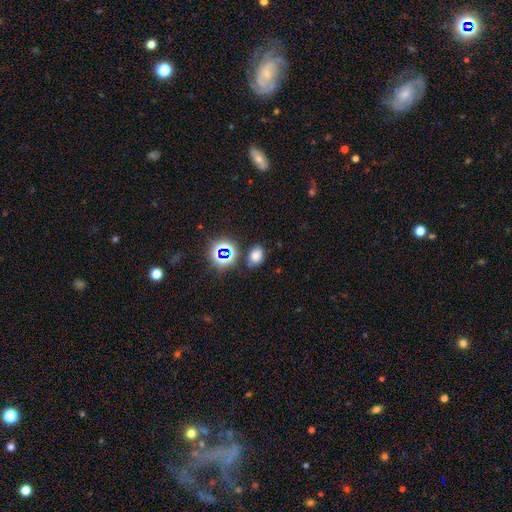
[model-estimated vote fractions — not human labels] A smooth galaxy with no disk features (65%) that is in between round and cigar-shaped (66%). Merging: none (73%).